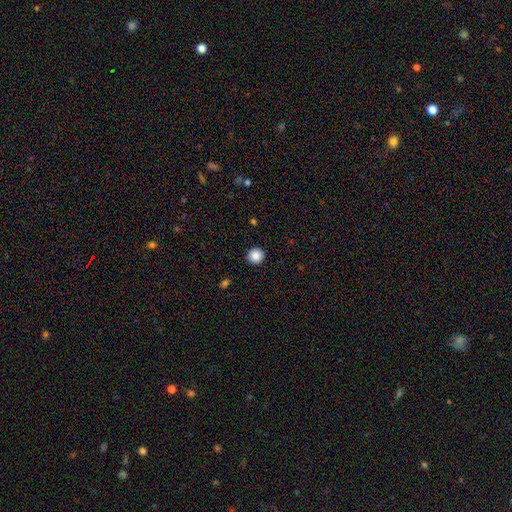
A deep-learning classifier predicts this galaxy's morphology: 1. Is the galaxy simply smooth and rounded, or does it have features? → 88% smooth, 9% star or artifact, 3% featured or disk.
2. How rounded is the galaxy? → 95% round, 4% in between, 1% cigar-shaped.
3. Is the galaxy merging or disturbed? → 93% none, 5% minor disturbance, 2% major disturbance, 1% merger.